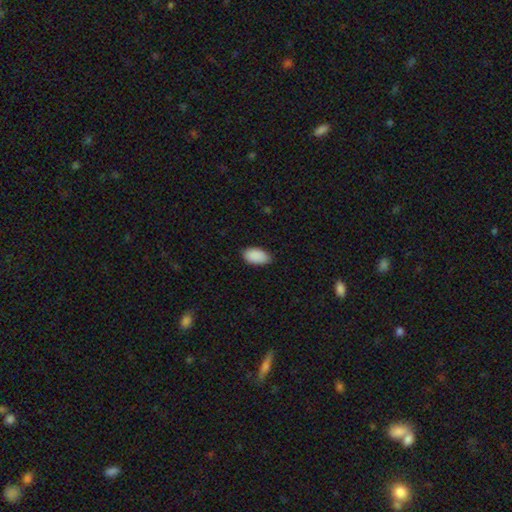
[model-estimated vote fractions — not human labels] This appears to be a smooth galaxy with no disk features (91%) that is in between round and cigar-shaped (95%). Merging: none (79%).